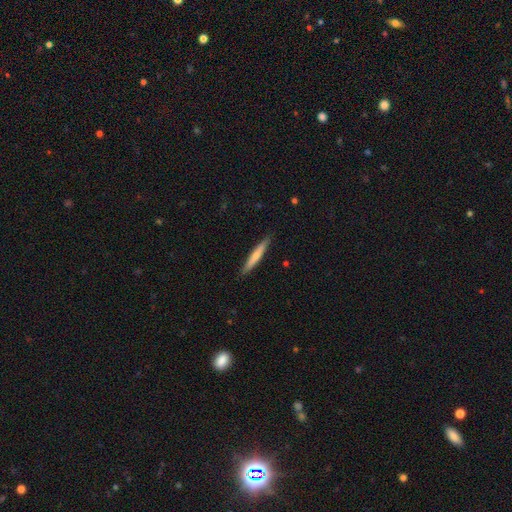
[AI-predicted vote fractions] This is likely a smooth galaxy (62%). How rounded: clearly cigar-shaped (94%). Merging: clearly none (90%).